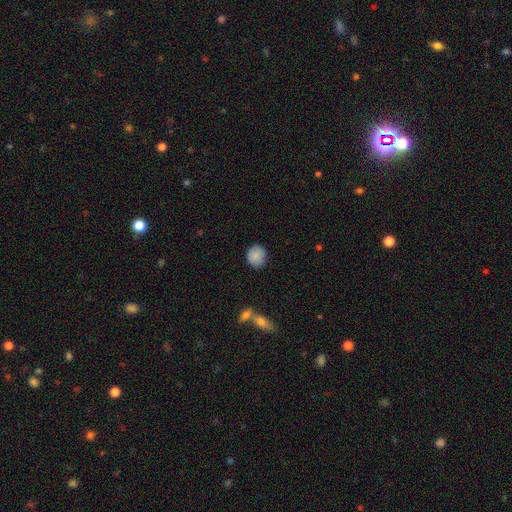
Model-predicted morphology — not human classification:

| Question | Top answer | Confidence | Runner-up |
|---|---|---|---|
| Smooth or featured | smooth | 87% | star or artifact (7%) |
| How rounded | round | 86% | in between (13%) |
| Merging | none | 86% | minor disturbance (9%) |